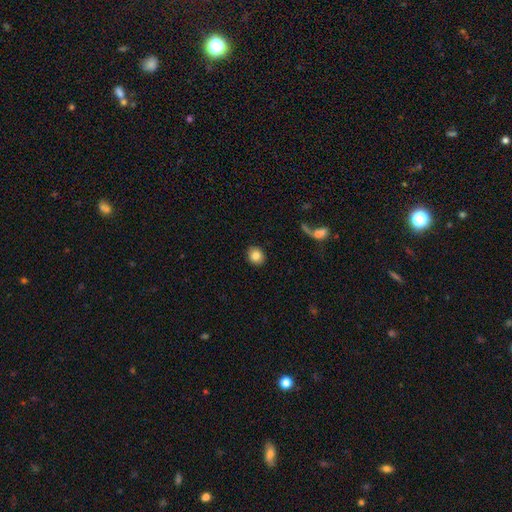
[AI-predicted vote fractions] Smooth or featured?
  - smooth: 82% *
  - star or artifact: 9%
  - featured or disk: 9%
How rounded?
  - round: 70% *
  - in between: 28%
  - cigar-shaped: 1%
Merging?
  - none: 91% *
  - minor disturbance: 6%
  - major disturbance: 2%
  - merger: 1%